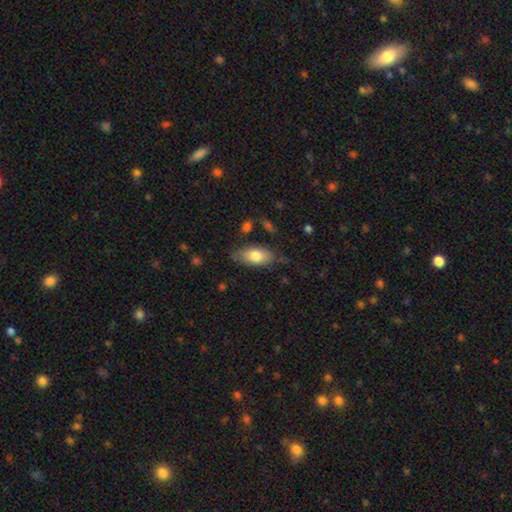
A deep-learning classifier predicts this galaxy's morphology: This is likely a smooth galaxy (78%). How rounded: clearly in between (90%). Merging: likely none (71%).